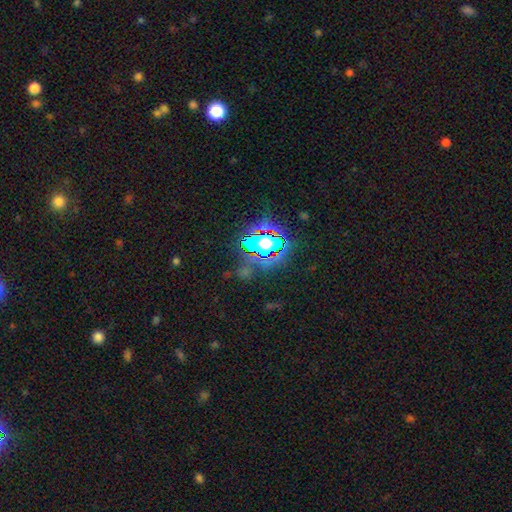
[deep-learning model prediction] Q: Smooth or featured?
A: star or artifact (81%); runner-up: smooth (11%)